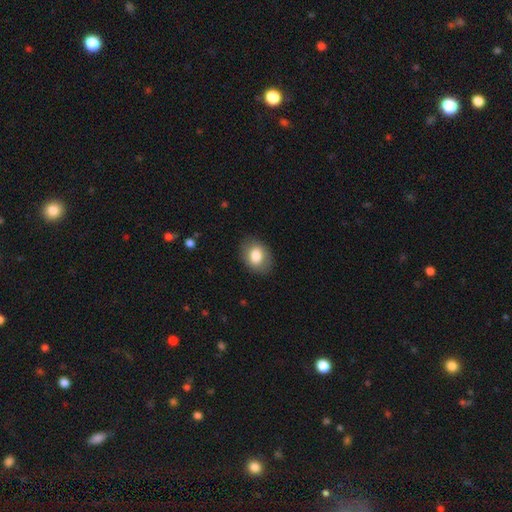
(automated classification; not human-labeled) smooth-or-featured: smooth: 80% | featured or disk: 13% | star or artifact: 7%
  how-rounded: in between: 68% | round: 31% | cigar-shaped: 1%
  merging: none: 83% | minor disturbance: 12% | major disturbance: 4% | merger: 1%